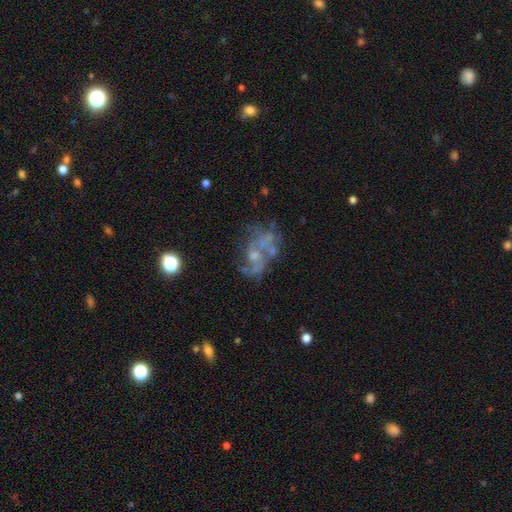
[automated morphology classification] smooth_or_featured: featured or disk (p=0.72) [alt: smooth p=0.14]
disk_edge_on: no (p=0.97) [alt: yes p=0.03]
bar: no (p=0.78) [alt: weak p=0.19]
has_spiral_arms: yes (p=0.53) [alt: no p=0.47]
bulge_size: small (p=0.35) [alt: none p=0.33]
merging: none (p=0.39) [alt: major disturbance p=0.26]